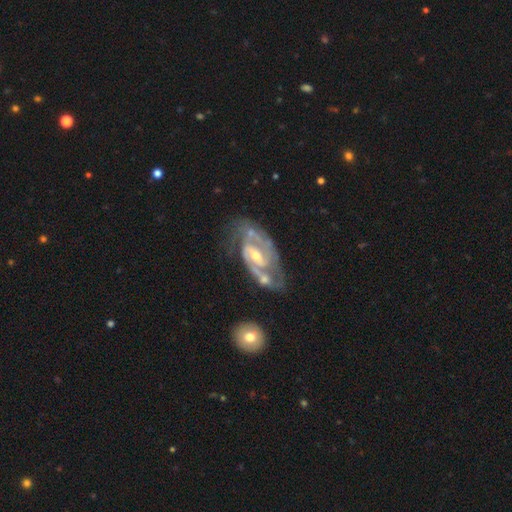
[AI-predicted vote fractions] A featured or disk galaxy (91%) with a weak bar (46%), 2 (84%) medium (51%) spiral arms (96%) and a moderate central bulge (51%). Merging: none (57%).